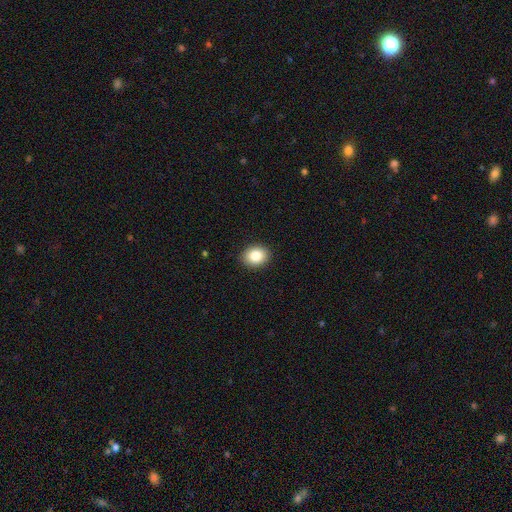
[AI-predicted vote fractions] Smooth or featured: smooth — 85% (star or artifact — 9%)
How rounded: round — 54% (in between — 45%)
Merging: none — 91% (minor disturbance — 7%)